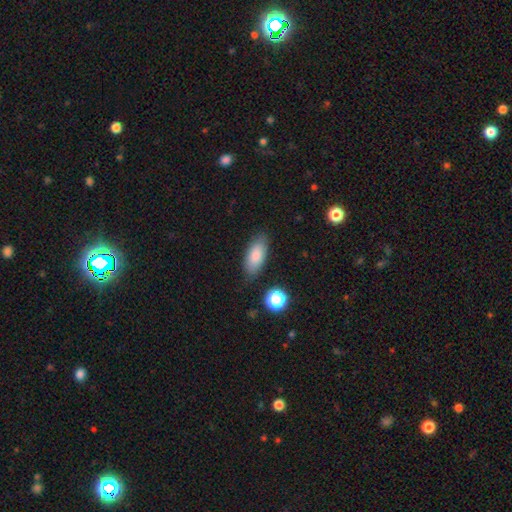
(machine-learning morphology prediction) smooth-or-featured: smooth: 83% | featured or disk: 9% | star or artifact: 8%
  how-rounded: in between: 85% | cigar-shaped: 12% | round: 3%
  merging: none: 81% | minor disturbance: 14% | major disturbance: 3% | merger: 3%